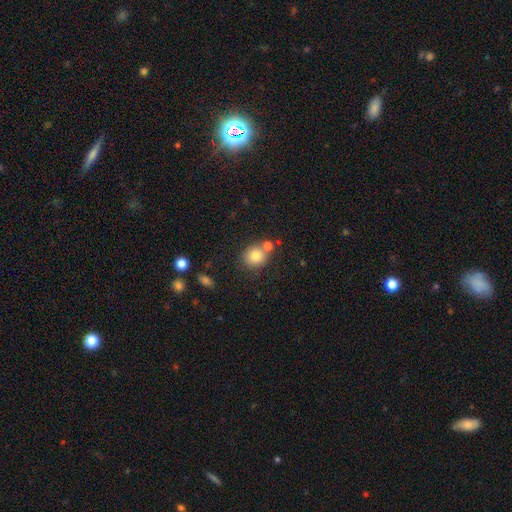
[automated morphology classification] This is likely a smooth galaxy (79%). How rounded: clearly round (80%). Merging: likely none (63%).